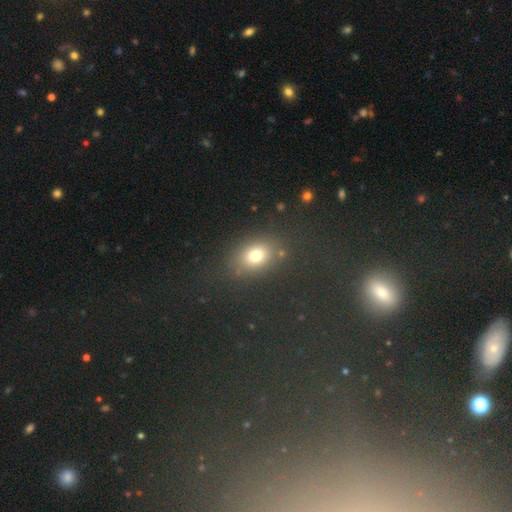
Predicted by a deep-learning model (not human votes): Smooth or featured?
  - smooth: 74% *
  - star or artifact: 15%
  - featured or disk: 10%
How rounded?
  - in between: 62% *
  - round: 36%
  - cigar-shaped: 2%
Merging?
  - none: 79% *
  - minor disturbance: 11%
  - major disturbance: 7%
  - merger: 3%